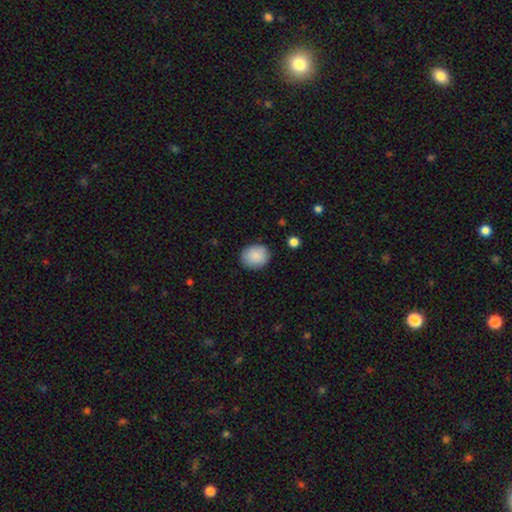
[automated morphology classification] A smooth galaxy with no disk features (89%) that is round (64%).

Vote fractions:
- Smooth or featured? smooth: 89% / star or artifact: 7% / featured or disk: 4%
- How rounded? round: 64% / in between: 35% / cigar-shaped: 1%
- Merging? none: 87% / minor disturbance: 10% / major disturbance: 2% / merger: 1%